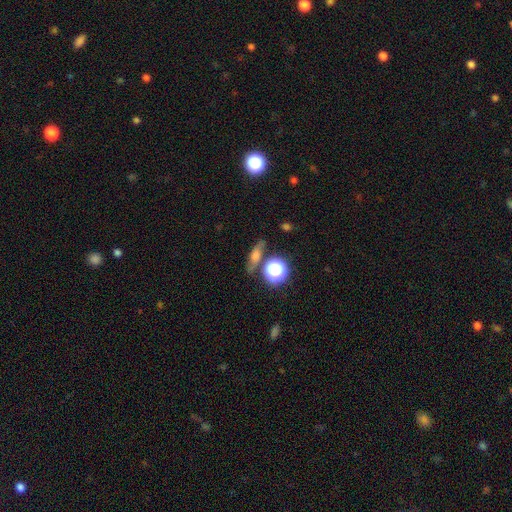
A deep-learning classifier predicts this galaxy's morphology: This is marginally a smooth galaxy (42%). Merging: likely none (70%).